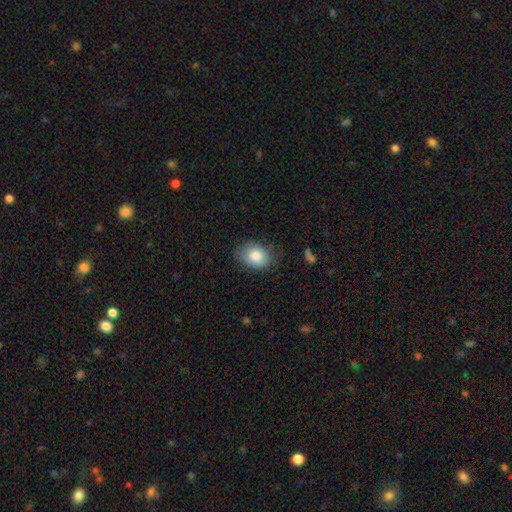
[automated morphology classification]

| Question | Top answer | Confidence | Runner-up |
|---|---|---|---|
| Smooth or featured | smooth | 82% | featured or disk (10%) |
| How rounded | in between | 67% | round (32%) |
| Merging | none | 74% | minor disturbance (21%) |